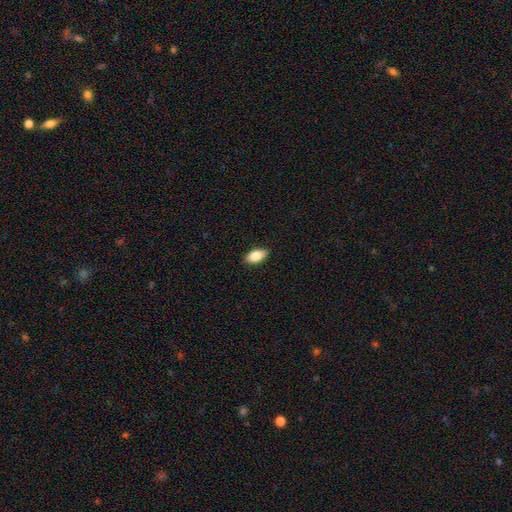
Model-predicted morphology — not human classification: smooth 82%, featured or disk 11%, star or artifact 7%. Down the decision tree: how rounded — in between (90%); merging — none (89%).